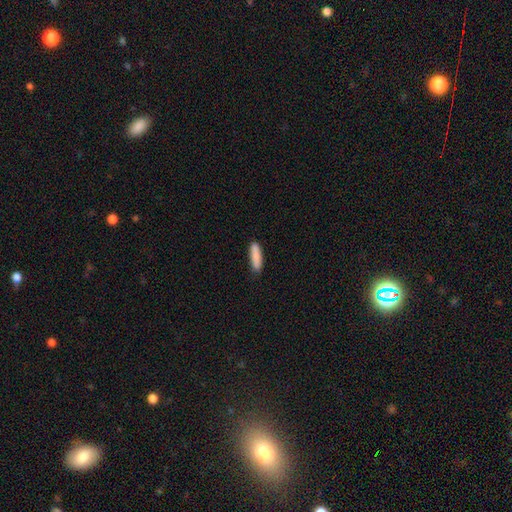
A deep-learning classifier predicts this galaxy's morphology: Overall: smooth (88%). How rounded: cigar-shaped (72%). Merging: none (85%).